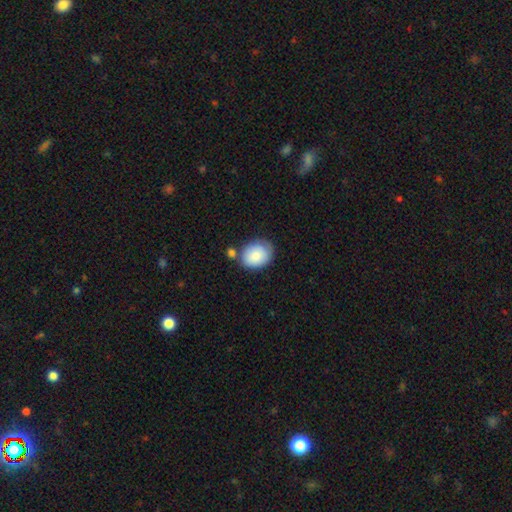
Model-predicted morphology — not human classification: The model was most divided on "how rounded": in between: 63%, round: 36%, cigar-shaped: 1%. More confident: smooth or featured — smooth (83%); merging — none (64%).